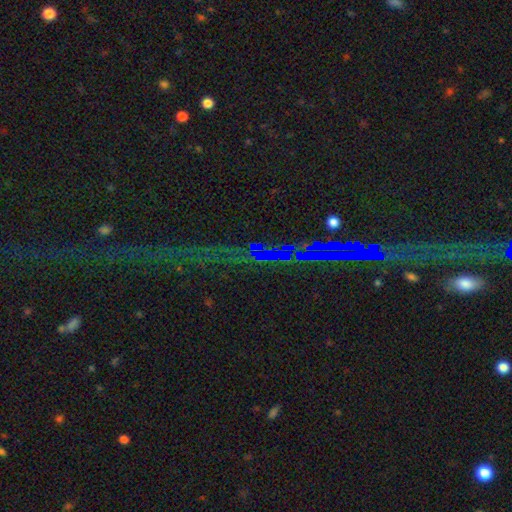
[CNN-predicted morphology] The model was most divided on "smooth or featured": star or artifact: 80%, featured or disk: 10%, smooth: 9%.